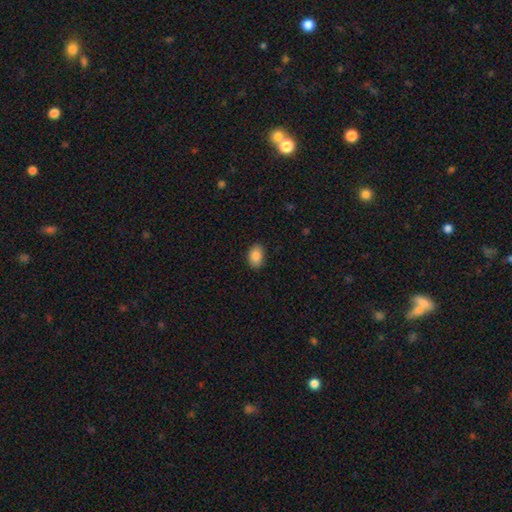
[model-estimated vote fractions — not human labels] Morphology: type=smooth (87%); roundness=in between (83%); merging=none (88%).